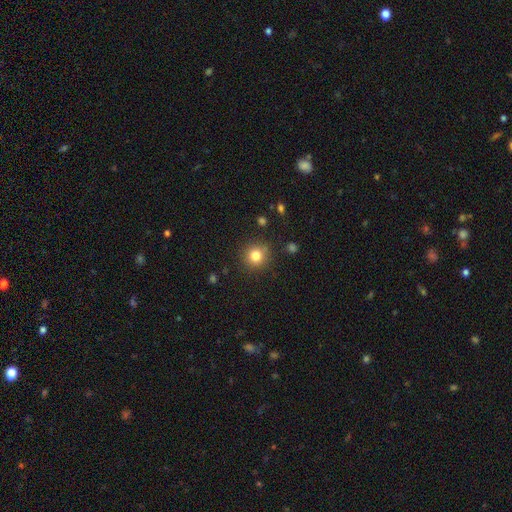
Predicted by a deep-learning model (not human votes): smooth-or-featured: smooth: 81% | star or artifact: 12% | featured or disk: 7%
  how-rounded: round: 93% | in between: 6% | cigar-shaped: 1%
  merging: none: 87% | minor disturbance: 8% | major disturbance: 3% | merger: 2%